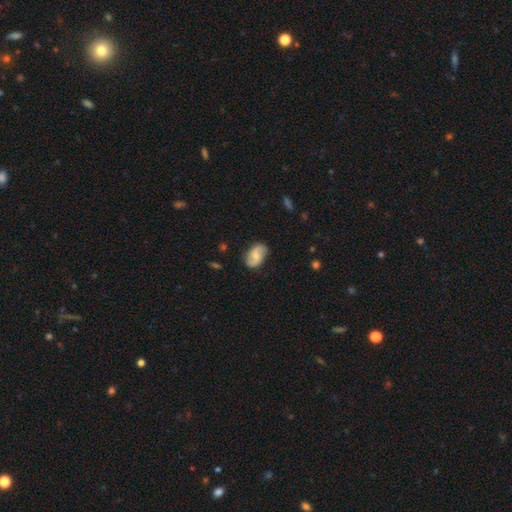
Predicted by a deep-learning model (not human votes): This is possibly a featured or disk galaxy (50%). Merging: likely none (79%).